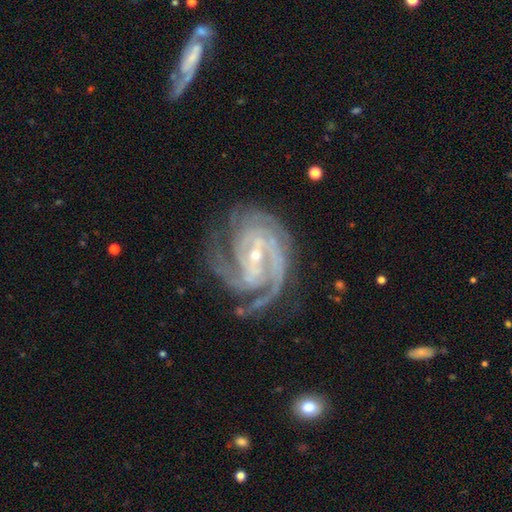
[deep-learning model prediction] Morphology: type=featured or disk (92%); edge-on=no (98%); bar=weak (42%); spiral arms=yes (98%); winding=tight (66%); arm count=3 (35%); bulge=small (75%); merging=none (67%).